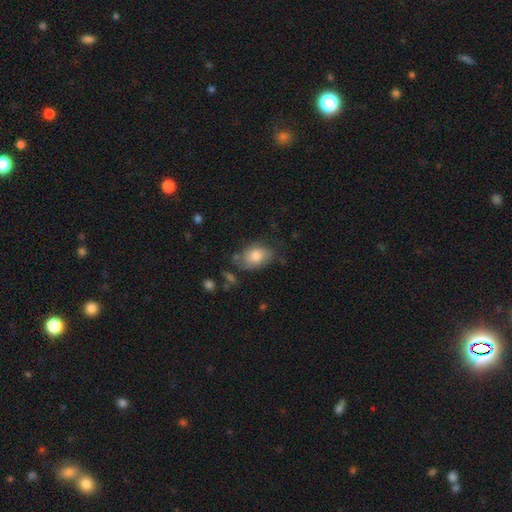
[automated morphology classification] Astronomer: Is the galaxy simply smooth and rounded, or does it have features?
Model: smooth — 74%.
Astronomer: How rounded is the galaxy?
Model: in between — 81%.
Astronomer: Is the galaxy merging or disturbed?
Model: none — 55%.